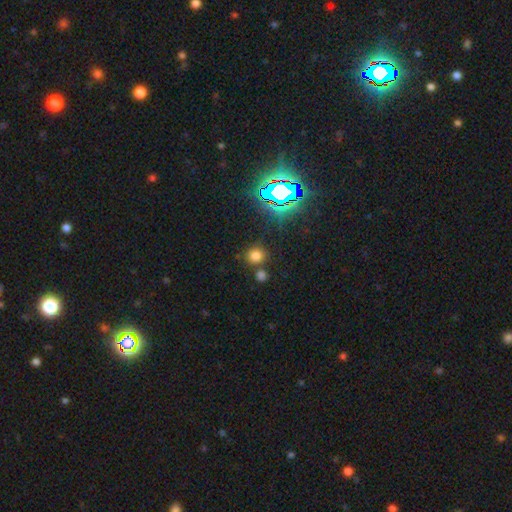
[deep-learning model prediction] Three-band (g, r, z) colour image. It shows a smooth galaxy with no disk features (67%) that is round (86%). Merging: none (75%).